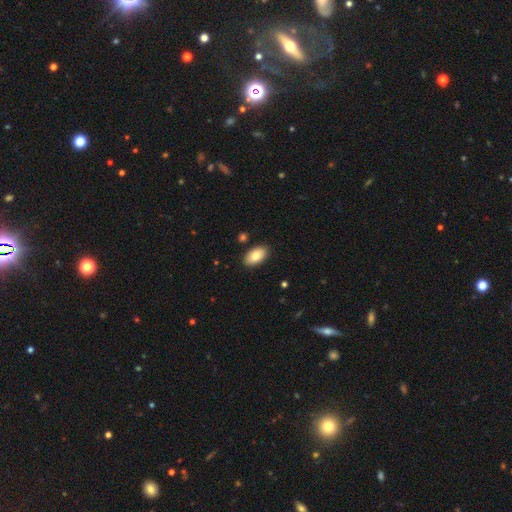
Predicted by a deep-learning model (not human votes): Smooth or featured? smooth (82%)
How rounded? in between (95%)
Merging? none (88%)